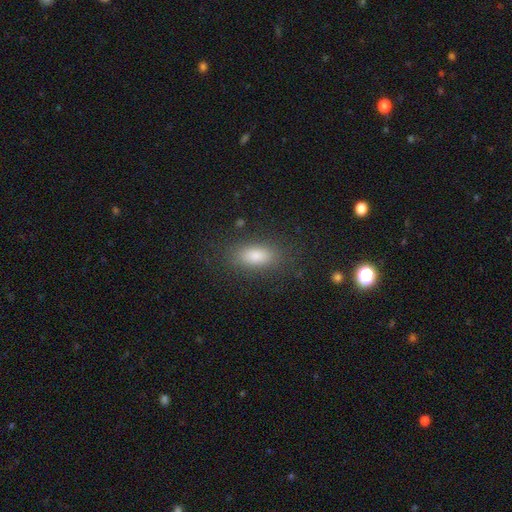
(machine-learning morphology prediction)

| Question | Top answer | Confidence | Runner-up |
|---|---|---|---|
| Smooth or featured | smooth | 81% | featured or disk (10%) |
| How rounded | in between | 83% | cigar-shaped (13%) |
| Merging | none | 83% | minor disturbance (11%) |